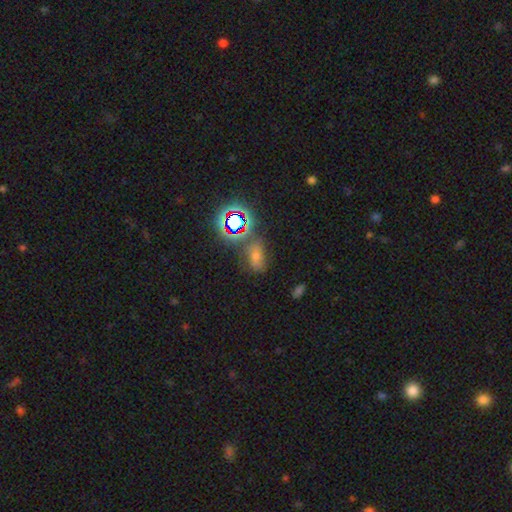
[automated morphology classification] smooth_or_featured: star or artifact (p=0.47) [alt: smooth p=0.36]